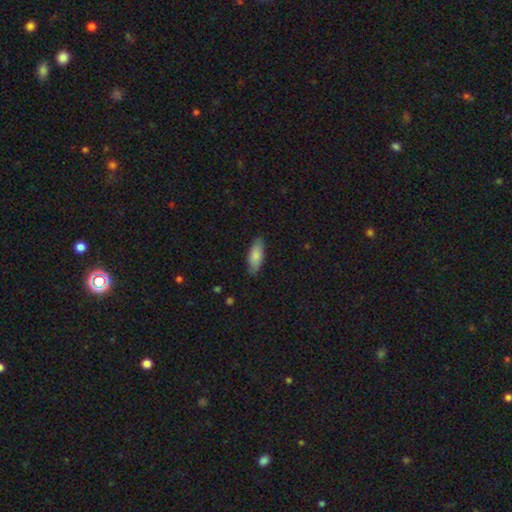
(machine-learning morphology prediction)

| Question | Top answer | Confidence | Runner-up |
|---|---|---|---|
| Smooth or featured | smooth | 83% | featured or disk (12%) |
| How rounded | in between | 74% | cigar-shaped (24%) |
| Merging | none | 83% | minor disturbance (13%) |